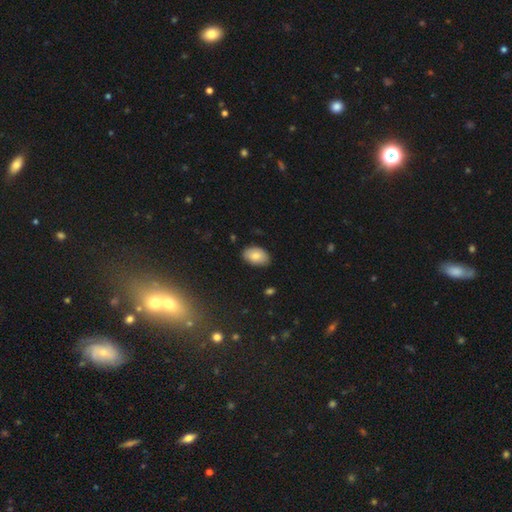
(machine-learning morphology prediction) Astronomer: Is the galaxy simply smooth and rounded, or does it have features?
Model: smooth — 80%.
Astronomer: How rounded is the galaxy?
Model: in between — 89%.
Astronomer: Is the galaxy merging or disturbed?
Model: none — 84%.